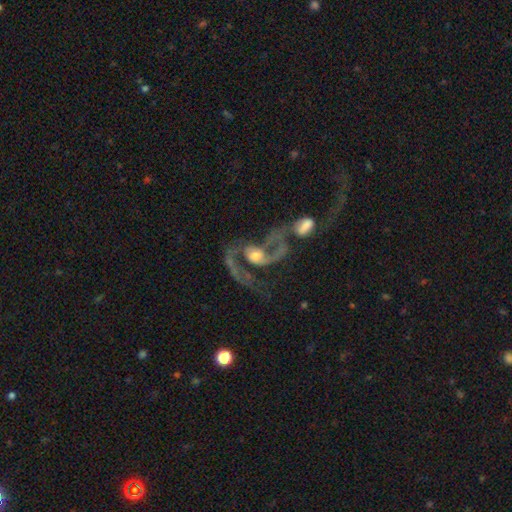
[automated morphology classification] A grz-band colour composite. It shows a featured or disk galaxy (87%) with no bar (54%), 2 (88%) loose (57%) spiral arms (94%) and a moderate central bulge (58%). Merging: merger (33%).